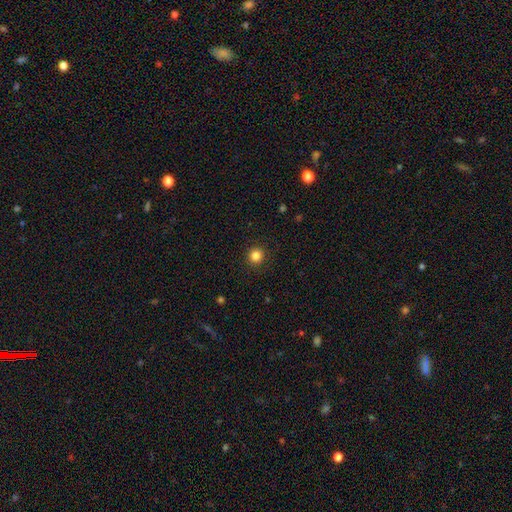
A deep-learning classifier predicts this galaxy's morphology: The model was most divided on "smooth or featured": smooth: 84%, star or artifact: 12%, featured or disk: 4%. More confident: how rounded — round (93%); merging — none (92%).